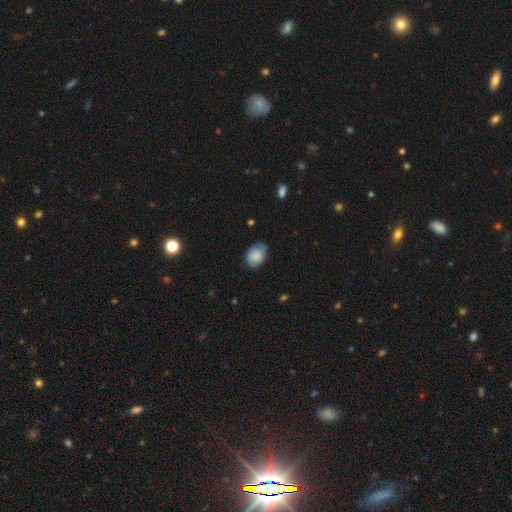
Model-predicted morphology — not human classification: smooth_or_featured: smooth (p=0.81) [alt: featured or disk p=0.11]
how_rounded: in between (p=0.70) [alt: round p=0.29]
merging: none (p=0.68) [alt: minor disturbance p=0.26]